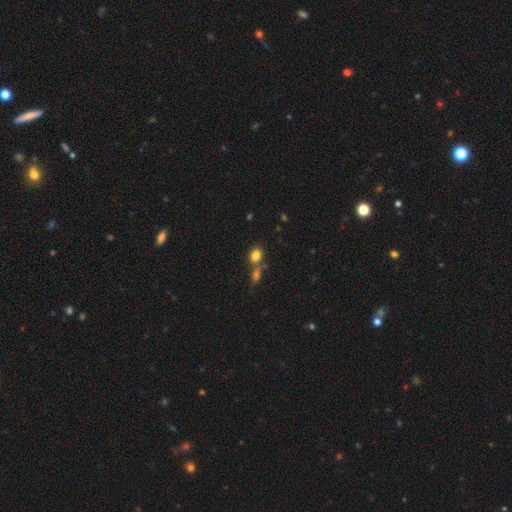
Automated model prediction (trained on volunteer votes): This appears to be a smooth galaxy with no disk features (81%) that is in between round and cigar-shaped (71%). Merging: none (49%).